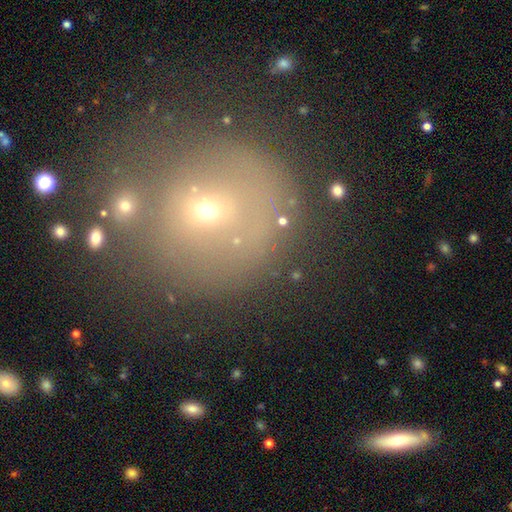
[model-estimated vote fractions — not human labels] Smooth or featured?
  - smooth: 54% *
  - star or artifact: 27%
  - featured or disk: 19%
How rounded?
  - round: 85% *
  - in between: 13%
  - cigar-shaped: 1%
Merging?
  - none: 57% *
  - merger: 20%
  - minor disturbance: 13%
  - major disturbance: 10%